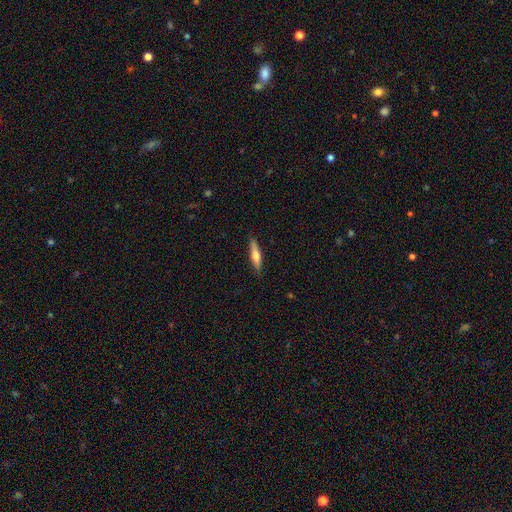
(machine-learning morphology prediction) A smooth galaxy with no disk features (49%).

Vote fractions:
- Smooth or featured? smooth: 49% / featured or disk: 45% / star or artifact: 6%
- Merging? none: 88% / minor disturbance: 9% / major disturbance: 2% / merger: 1%